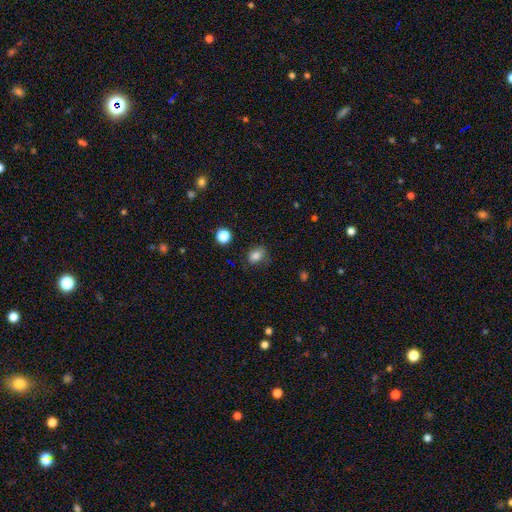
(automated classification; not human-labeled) Smooth or featured? Predicted: smooth (p=0.82). How rounded? Predicted: in between (p=0.61). Merging? Predicted: none (p=0.74).